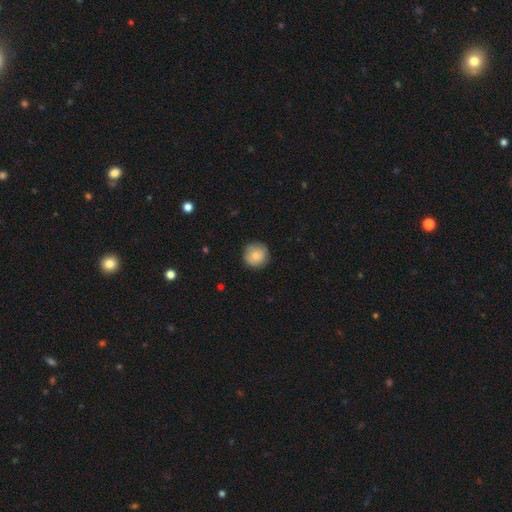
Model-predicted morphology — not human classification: smooth_or_featured: smooth (p=0.81) [alt: featured or disk p=0.12]
how_rounded: round (p=0.94) [alt: in between p=0.05]
merging: none (p=0.85) [alt: minor disturbance p=0.12]